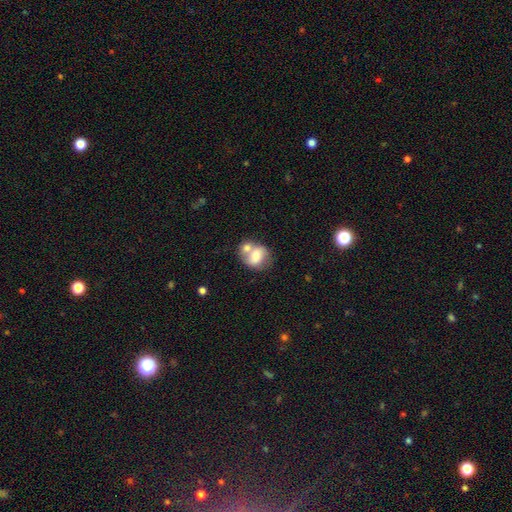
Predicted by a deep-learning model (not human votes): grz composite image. It shows a smooth galaxy with no disk features (64%) that is round (60%). Merging: merger (52%).